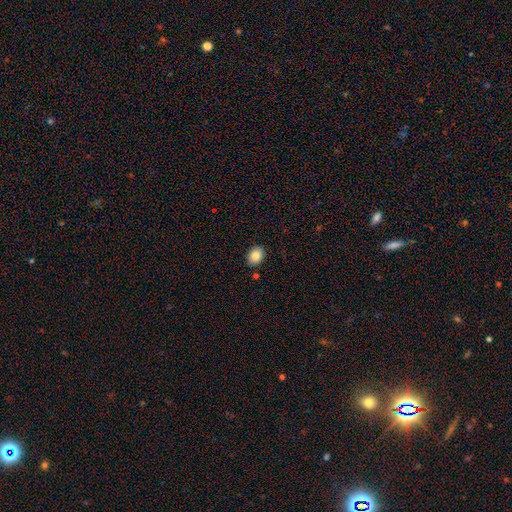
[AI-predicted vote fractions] A smooth galaxy with no disk features (86%) that is in between round and cigar-shaped (57%).

Vote fractions:
- Smooth or featured? smooth: 86% / star or artifact: 8% / featured or disk: 6%
- How rounded? in between: 57% / round: 42% / cigar-shaped: 1%
- Merging? none: 87% / minor disturbance: 9% / merger: 2% / major disturbance: 2%